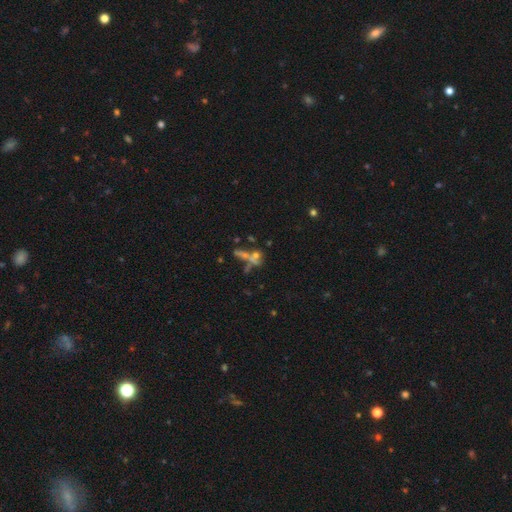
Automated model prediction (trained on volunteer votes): Morphology: type=star or artifact (42%).